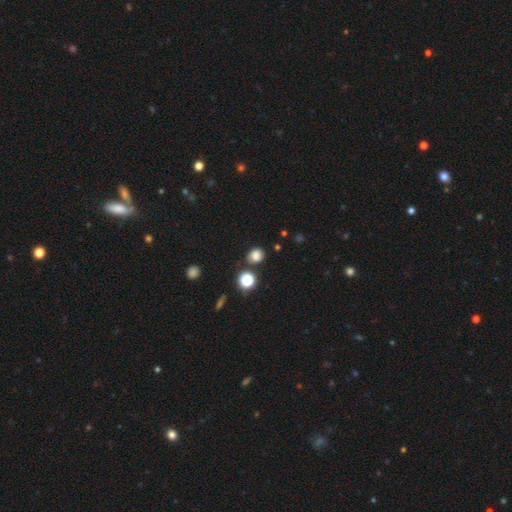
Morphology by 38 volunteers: A smooth galaxy with no disk features (84%) that is round (66%).

Vote fractions:
- Smooth or featured? smooth: 84% / featured or disk: 11% / star or artifact: 5%
- How rounded? round: 66% / in between: 34% / cigar-shaped: 0%
- Merging? none: 69% / minor disturbance: 28% / major disturbance: 3% / merger: 0%